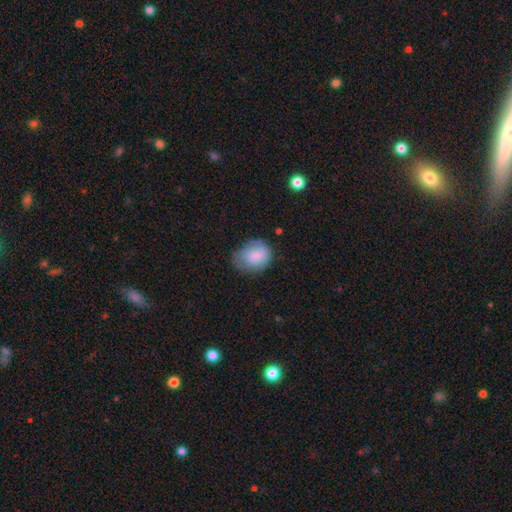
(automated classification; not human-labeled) Overall: smooth (78%). How rounded: in between (55%; round 44%). Merging: none (49%; minor disturbance 34%).